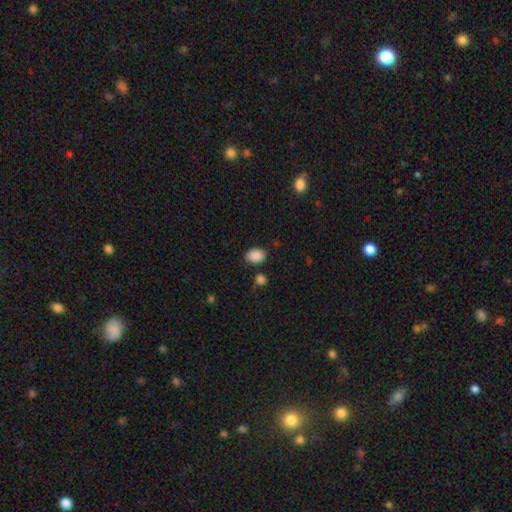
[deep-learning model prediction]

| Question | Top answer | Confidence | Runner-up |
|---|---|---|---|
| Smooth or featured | smooth | 88% | star or artifact (8%) |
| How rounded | in between | 75% | round (24%) |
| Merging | none | 80% | minor disturbance (12%) |